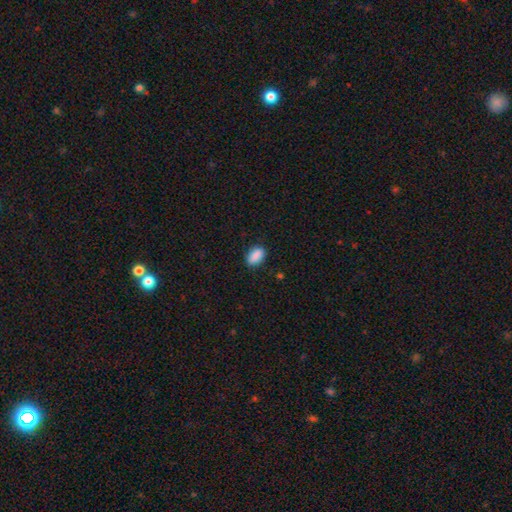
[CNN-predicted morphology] Overall: smooth (89%). How rounded: in between (90%). Merging: none (84%).